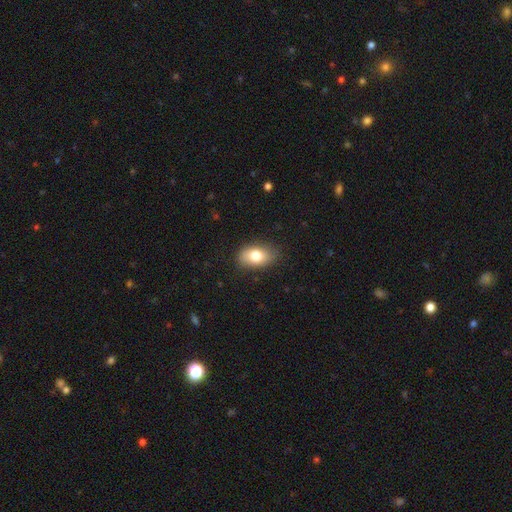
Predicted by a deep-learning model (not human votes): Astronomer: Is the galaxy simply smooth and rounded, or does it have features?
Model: smooth — 77%.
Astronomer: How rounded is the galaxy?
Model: in between — 88%.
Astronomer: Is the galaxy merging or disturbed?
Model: none — 80%.